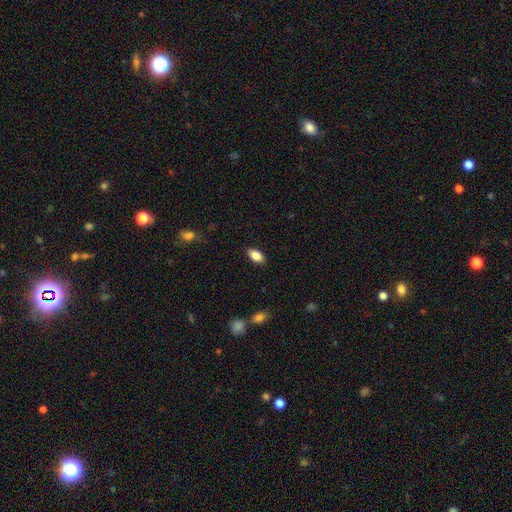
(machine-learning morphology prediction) A smooth galaxy with no disk features (86%) that is in between round and cigar-shaped (91%).

Vote fractions:
- Smooth or featured? smooth: 86% / star or artifact: 8% / featured or disk: 7%
- How rounded? in between: 91% / cigar-shaped: 5% / round: 4%
- Merging? none: 87% / minor disturbance: 10% / major disturbance: 2% / merger: 1%